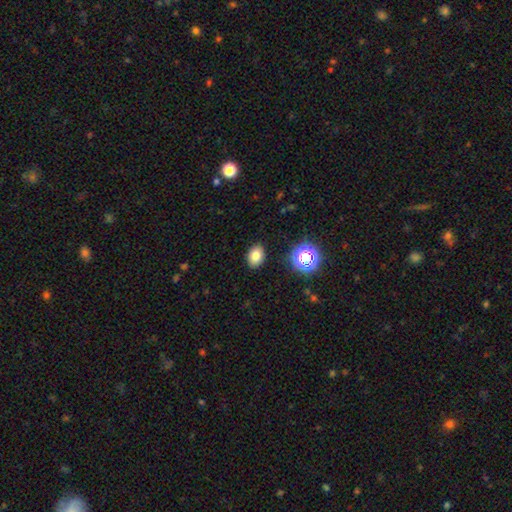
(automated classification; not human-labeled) A smooth galaxy with no disk features (78%) that is in between round and cigar-shaped (74%).

Vote fractions:
- Smooth or featured? smooth: 78% / star or artifact: 14% / featured or disk: 8%
- How rounded? in between: 74% / round: 25% / cigar-shaped: 1%
- Merging? none: 88% / minor disturbance: 8% / major disturbance: 2% / merger: 1%